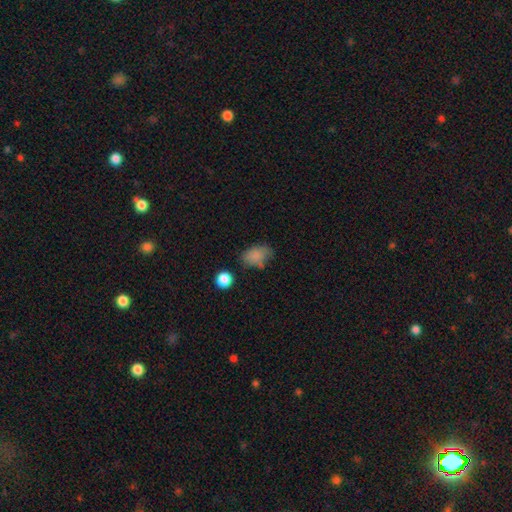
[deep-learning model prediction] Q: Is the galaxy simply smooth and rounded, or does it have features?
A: smooth — 80%.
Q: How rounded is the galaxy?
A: in between — 79%.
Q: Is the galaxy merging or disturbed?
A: none — 54%.